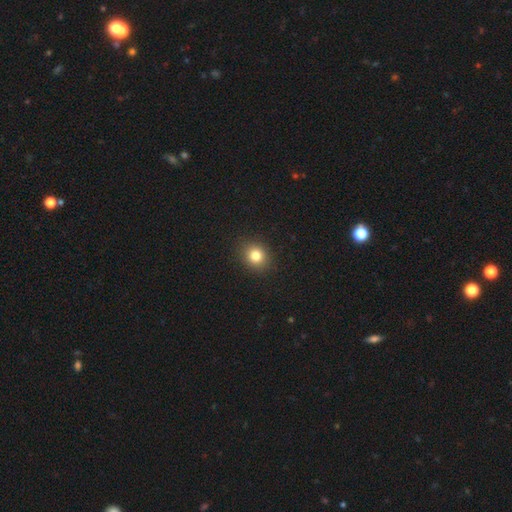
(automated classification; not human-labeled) Morphology: type=smooth (81%); roundness=round (76%); merging=none (91%).